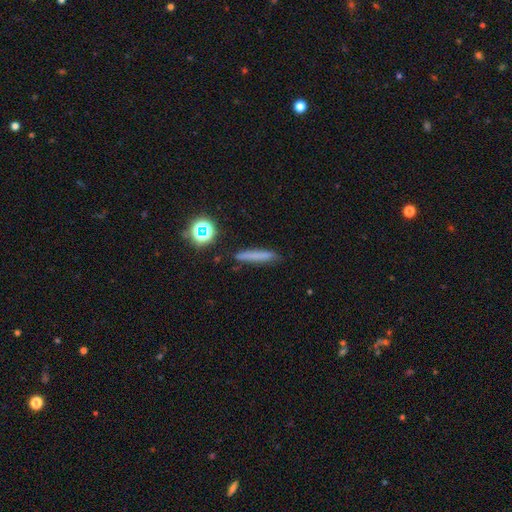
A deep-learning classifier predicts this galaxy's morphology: Smooth or featured? Predicted: smooth (p=0.67). How rounded? Predicted: cigar-shaped (p=0.91). Merging? Predicted: none (p=0.84).